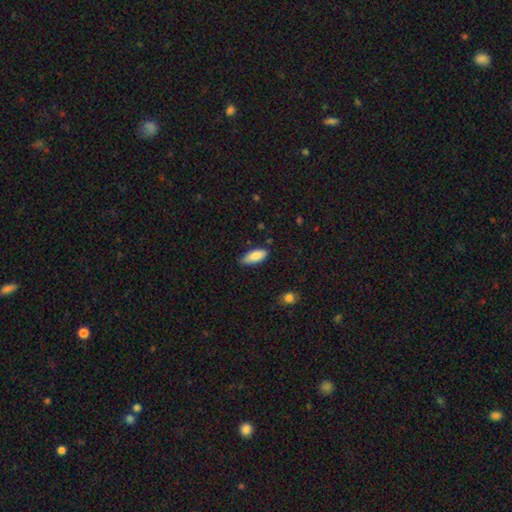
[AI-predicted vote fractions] A smooth galaxy with no disk features (86%) that is in between round and cigar-shaped (82%).

Vote fractions:
- Smooth or featured? smooth: 86% / featured or disk: 8% / star or artifact: 6%
- How rounded? in between: 82% / cigar-shaped: 16% / round: 2%
- Merging? none: 74% / minor disturbance: 22% / major disturbance: 3% / merger: 2%